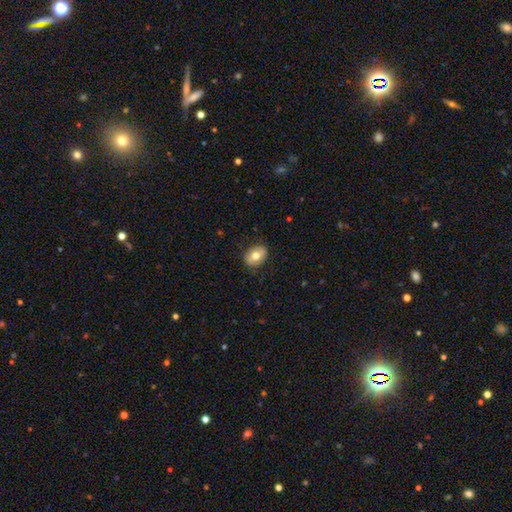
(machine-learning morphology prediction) type=smooth (71%); roundness=in between (67%); merging=none (84%).